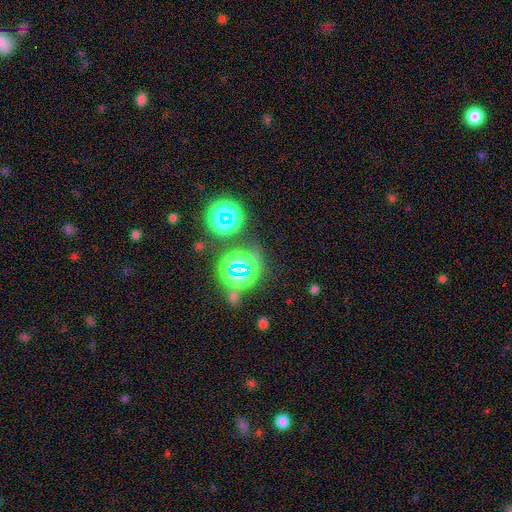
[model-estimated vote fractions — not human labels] smooth-or-featured: star or artifact: 70% | smooth: 19% | featured or disk: 11%